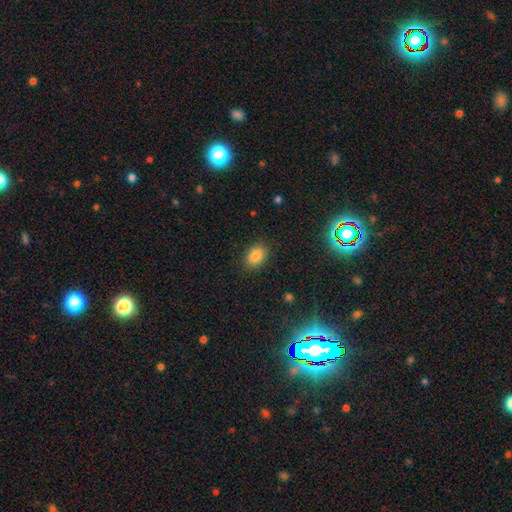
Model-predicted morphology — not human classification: This appears to be a smooth galaxy with no disk features (84%) that is in between round and cigar-shaped (69%). Merging: none (86%).